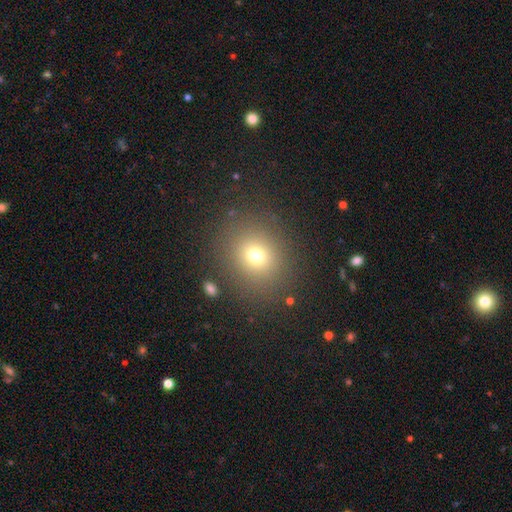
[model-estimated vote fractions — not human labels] smooth-or-featured: smooth: 71% | star or artifact: 18% | featured or disk: 11%
  how-rounded: round: 78% | in between: 21% | cigar-shaped: 1%
  merging: none: 85% | minor disturbance: 8% | major disturbance: 4% | merger: 2%